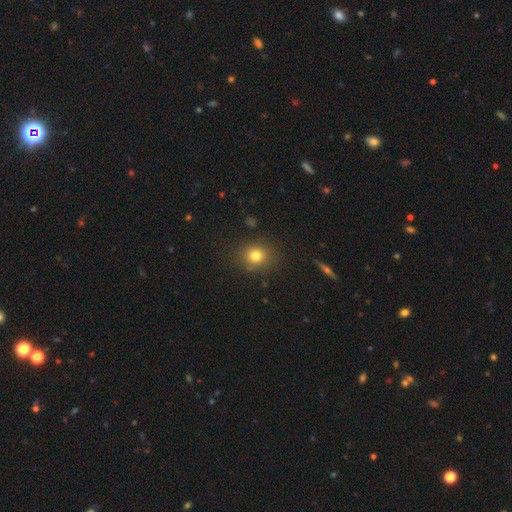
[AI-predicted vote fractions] Smooth or featured?
  - smooth: 78% *
  - star or artifact: 13%
  - featured or disk: 8%
How rounded?
  - round: 80% *
  - in between: 19%
  - cigar-shaped: 1%
Merging?
  - none: 85% *
  - minor disturbance: 10%
  - major disturbance: 3%
  - merger: 2%